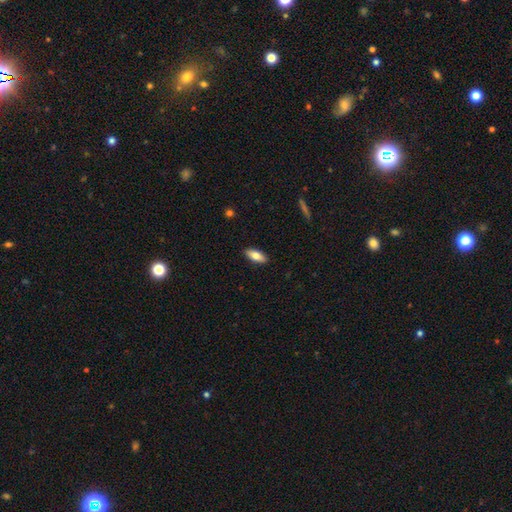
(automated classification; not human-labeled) Smooth or featured?
  - smooth: 78% *
  - featured or disk: 15%
  - star or artifact: 6%
How rounded?
  - in between: 81% *
  - cigar-shaped: 17%
  - round: 2%
Merging?
  - none: 90% *
  - minor disturbance: 7%
  - major disturbance: 2%
  - merger: 1%